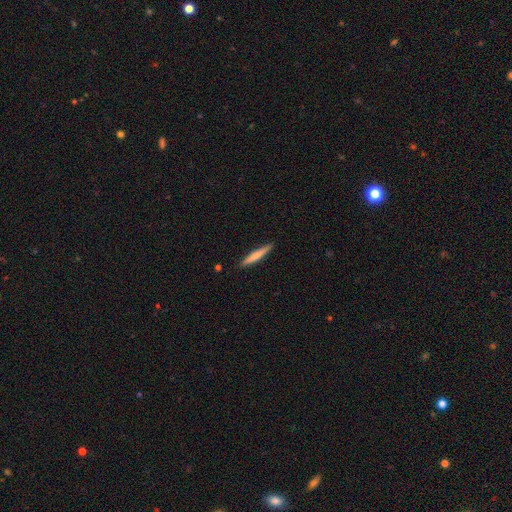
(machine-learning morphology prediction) The model was most divided on "smooth or featured": smooth: 67%, featured or disk: 28%, star or artifact: 5%. More confident: how rounded — cigar-shaped (95%); merging — none (90%).